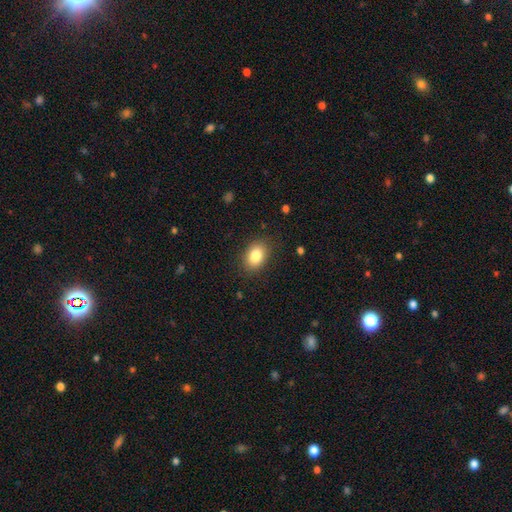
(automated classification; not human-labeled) smooth 83%, star or artifact 8%, featured or disk 8%. Down the decision tree: how rounded — in between (78%); merging — none (85%).